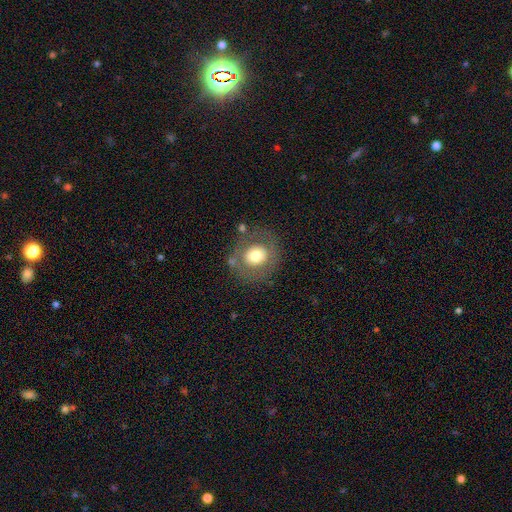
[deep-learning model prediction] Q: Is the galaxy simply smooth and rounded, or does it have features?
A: smooth — 61%.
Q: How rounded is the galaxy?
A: round — 84%.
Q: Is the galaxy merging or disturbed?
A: none — 77%.